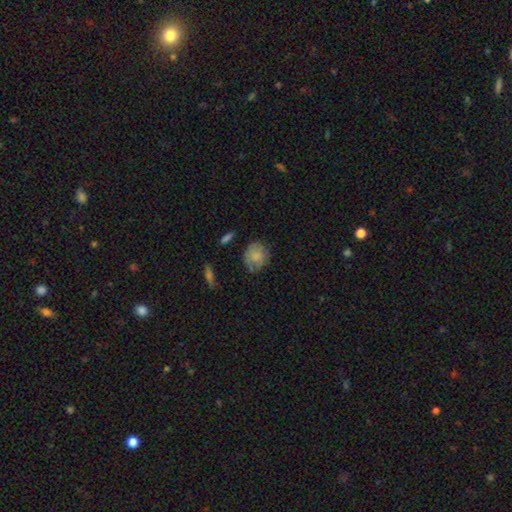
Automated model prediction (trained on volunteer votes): A smooth galaxy with no disk features (72%) that is round (67%).

Vote fractions:
- Smooth or featured? smooth: 72% / featured or disk: 20% / star or artifact: 8%
- How rounded? round: 67% / in between: 32% / cigar-shaped: 1%
- Merging? none: 67% / minor disturbance: 24% / major disturbance: 7% / merger: 2%